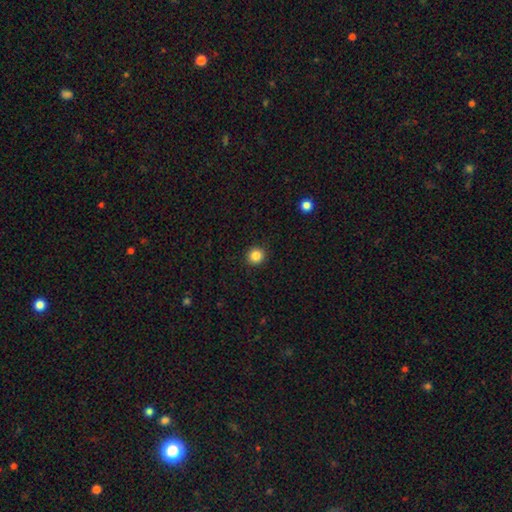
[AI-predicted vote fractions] smooth-or-featured: smooth: 85% | star or artifact: 11% | featured or disk: 4%
  how-rounded: round: 93% | in between: 6% | cigar-shaped: 1%
  merging: none: 92% | minor disturbance: 5% | major disturbance: 2% | merger: 1%